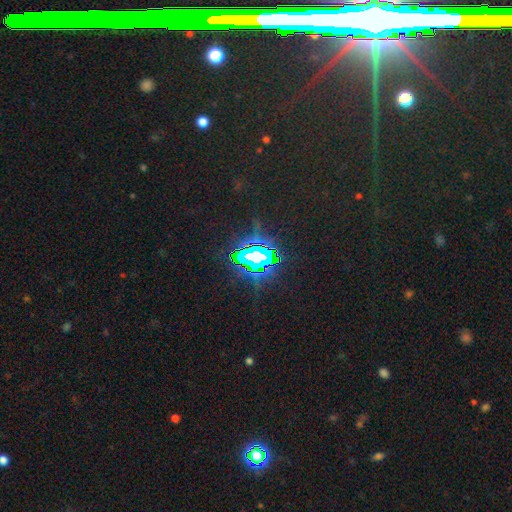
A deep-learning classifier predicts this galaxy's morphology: Smooth or featured? Predicted: star or artifact (p=0.79).